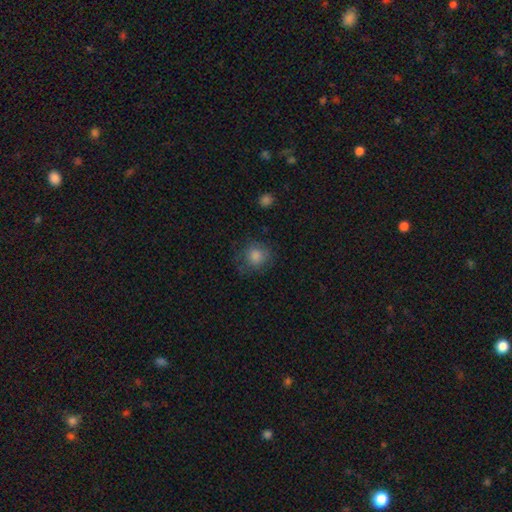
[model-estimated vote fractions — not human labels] Morphology: type=smooth (79%); roundness=round (85%); merging=none (71%).